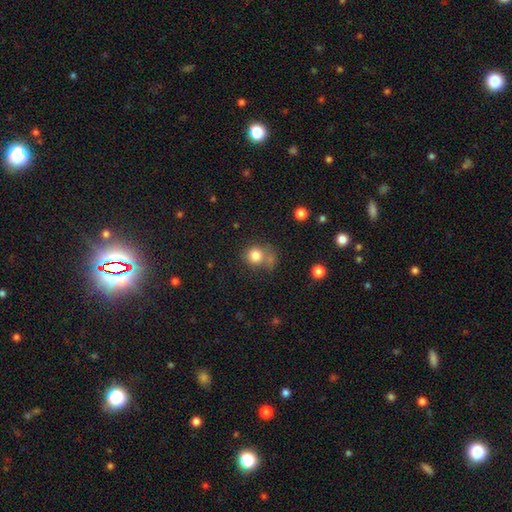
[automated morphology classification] A smooth galaxy with no disk features (81%) that is round (86%).

Vote fractions:
- Smooth or featured? smooth: 81% / star or artifact: 11% / featured or disk: 8%
- How rounded? round: 86% / in between: 13% / cigar-shaped: 1%
- Merging? none: 55% / merger: 22% / minor disturbance: 15% / major disturbance: 8%